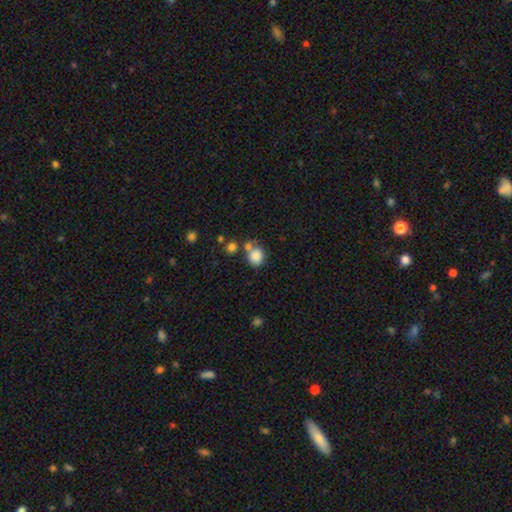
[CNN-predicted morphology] Smooth or featured: smooth — 83% (star or artifact — 10%)
How rounded: round — 68% (in between — 31%)
Merging: none — 49% (merger — 31%)